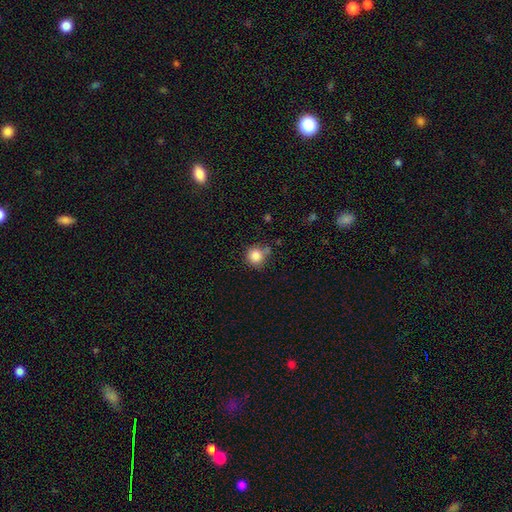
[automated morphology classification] Overall: smooth (85%). How rounded: round (91%). Merging: none (69%).